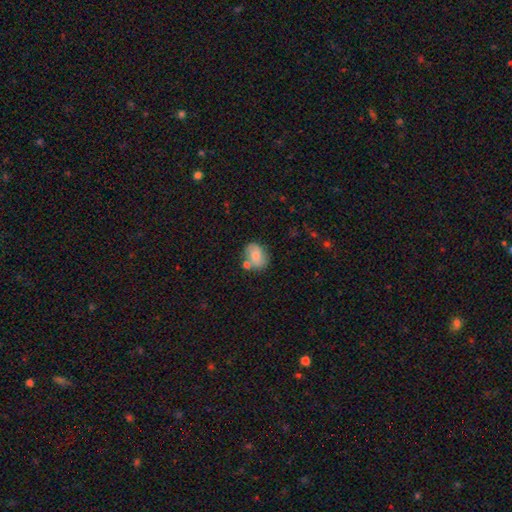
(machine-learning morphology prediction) type=smooth (64%); roundness=in between (56%); merging=none (60%).